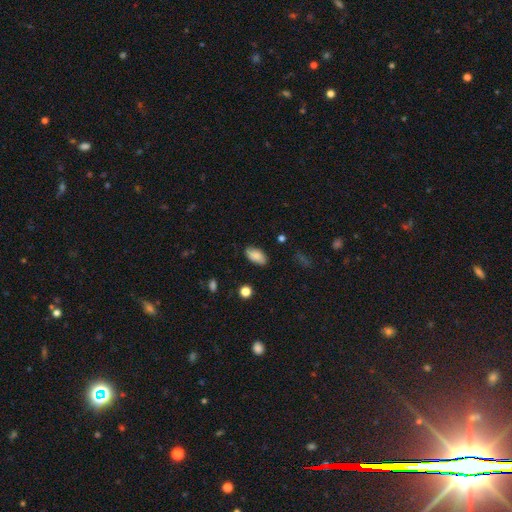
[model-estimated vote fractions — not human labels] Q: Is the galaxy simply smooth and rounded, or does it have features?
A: smooth — 84%.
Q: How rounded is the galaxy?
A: in between — 93%.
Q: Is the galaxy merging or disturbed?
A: none — 82%.